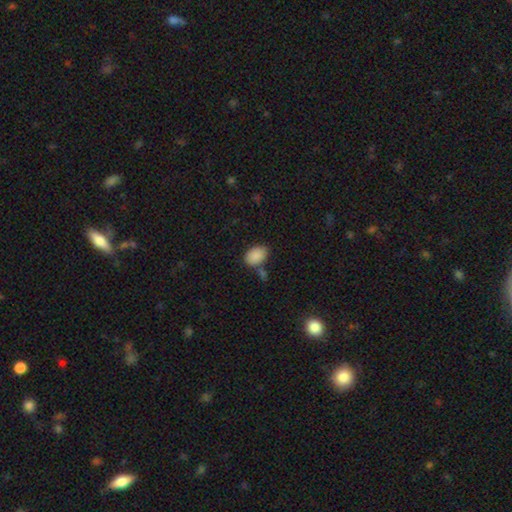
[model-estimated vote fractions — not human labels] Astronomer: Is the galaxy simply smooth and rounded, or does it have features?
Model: smooth — 89%.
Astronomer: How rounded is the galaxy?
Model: in between — 86%.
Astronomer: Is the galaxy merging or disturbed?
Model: none — 69%.